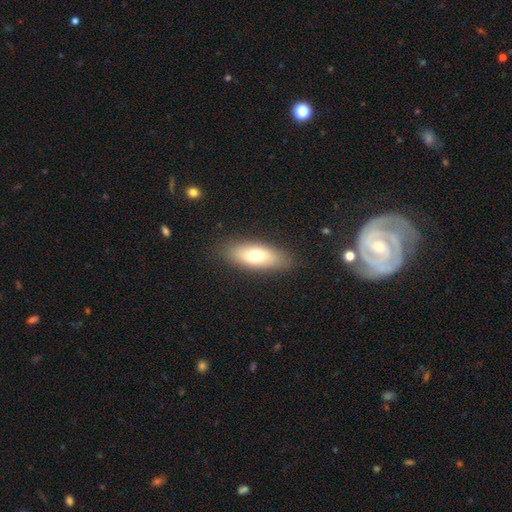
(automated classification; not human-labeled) Smooth or featured? Predicted: smooth (p=0.71). How rounded? Predicted: in between (p=0.72). Merging? Predicted: none (p=0.85).